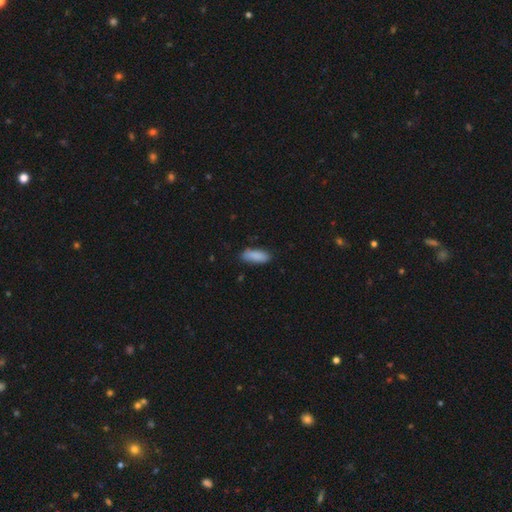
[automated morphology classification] Smooth or featured?
  - smooth: 88% *
  - star or artifact: 6%
  - featured or disk: 6%
How rounded?
  - in between: 75% *
  - cigar-shaped: 24%
  - round: 2%
Merging?
  - none: 77% *
  - minor disturbance: 18%
  - major disturbance: 3%
  - merger: 2%